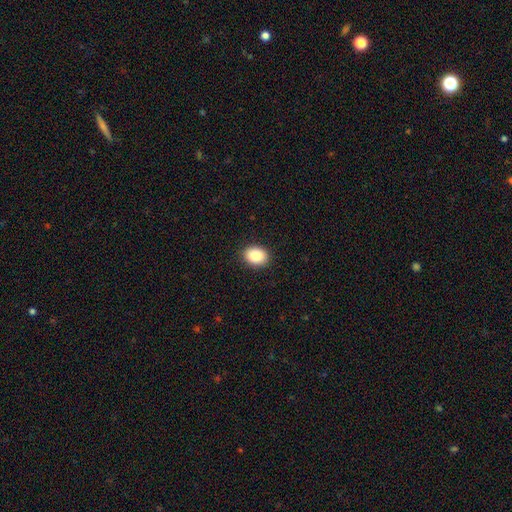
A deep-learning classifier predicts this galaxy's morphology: smooth-or-featured: smooth: 88% | star or artifact: 8% | featured or disk: 4%
  how-rounded: in between: 66% | round: 33% | cigar-shaped: 1%
  merging: none: 90% | minor disturbance: 7% | major disturbance: 2% | merger: 1%